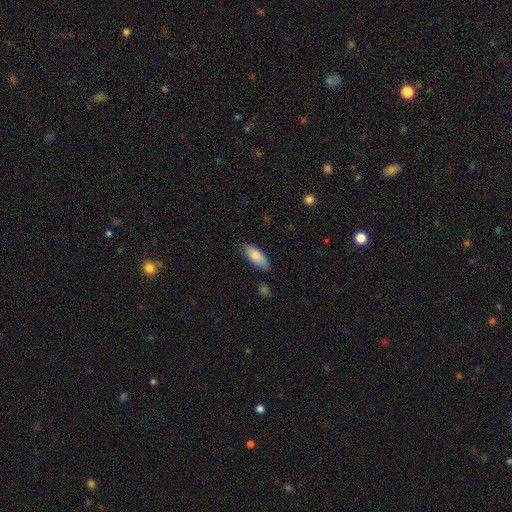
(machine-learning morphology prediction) Q: Smooth or featured?
A: smooth (84%); runner-up: featured or disk (10%)
Q: How rounded?
A: in between (78%); runner-up: cigar-shaped (20%)
Q: Merging?
A: none (78%); runner-up: minor disturbance (17%)